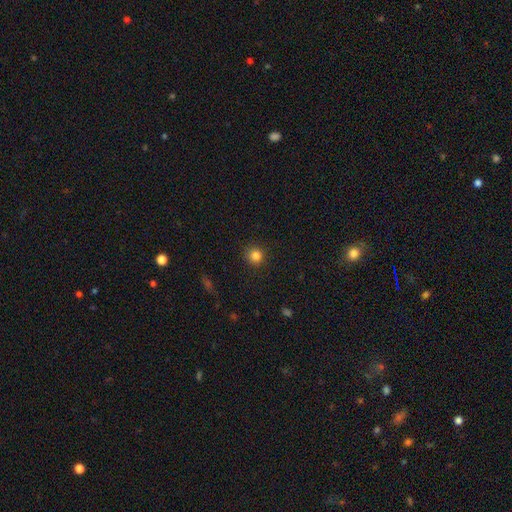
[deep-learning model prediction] Smooth or featured: smooth — 83% (star or artifact — 13%)
How rounded: round — 93% (in between — 6%)
Merging: none — 90% (minor disturbance — 6%)